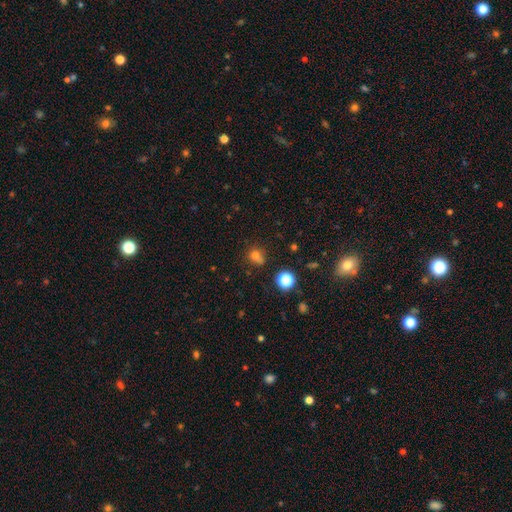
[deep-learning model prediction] Smooth or featured?
  - smooth: 71% *
  - star or artifact: 20%
  - featured or disk: 9%
How rounded?
  - round: 69% *
  - in between: 29%
  - cigar-shaped: 2%
Merging?
  - none: 55% *
  - minor disturbance: 21%
  - merger: 16%
  - major disturbance: 9%